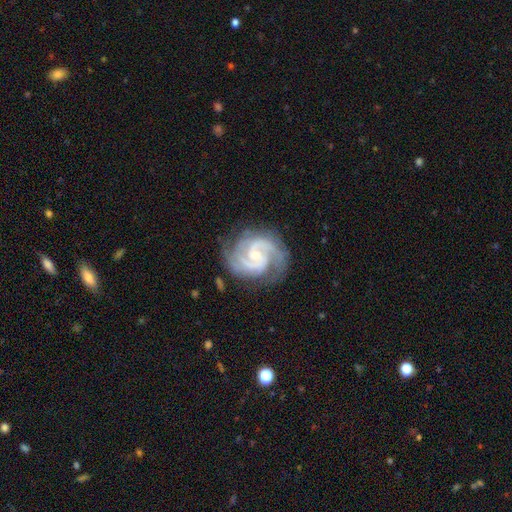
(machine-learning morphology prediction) This appears to be a featured or disk galaxy (92%) with no bar (49%), 2 (66%) tight (51%) spiral arms (99%) and a small central bulge (65%). Merging: none (78%).